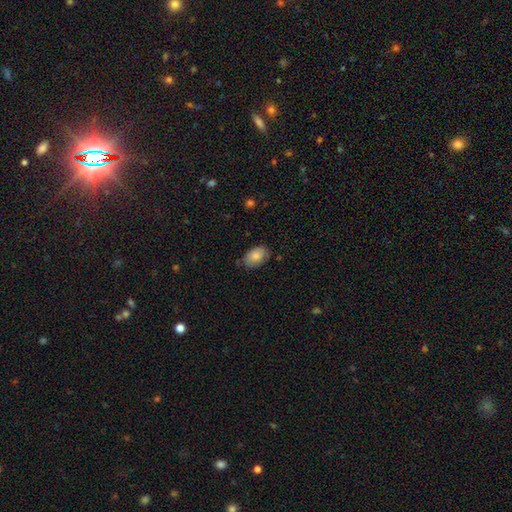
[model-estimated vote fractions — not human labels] This appears to be a smooth galaxy with no disk features (81%) that is in between round and cigar-shaped (89%). Merging: none (74%).